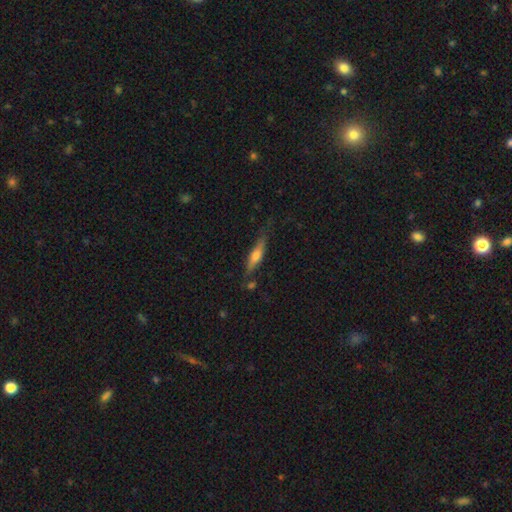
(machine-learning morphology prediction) Overall: smooth (47%, tied with featured or disk). Merging: none (70%).